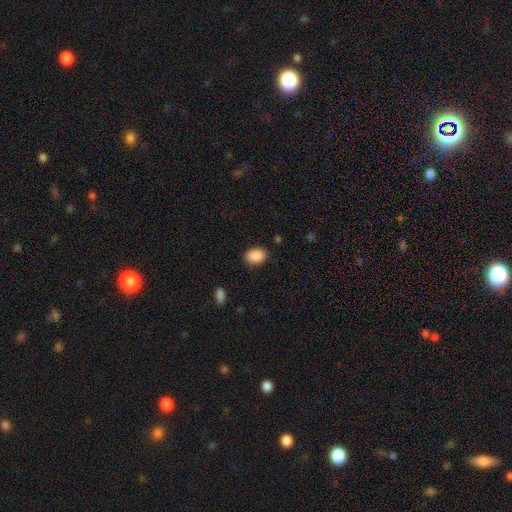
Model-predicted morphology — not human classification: Smooth or featured? Predicted: smooth (p=0.89). How rounded? Predicted: in between (p=0.68). Merging? Predicted: none (p=0.86).